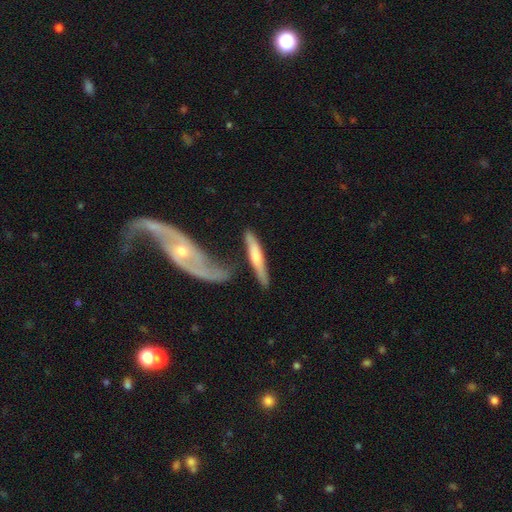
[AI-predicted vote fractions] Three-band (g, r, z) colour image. It shows a smooth galaxy with no disk features (51%) that is cigar-shaped (88%). Merging: none (59%).